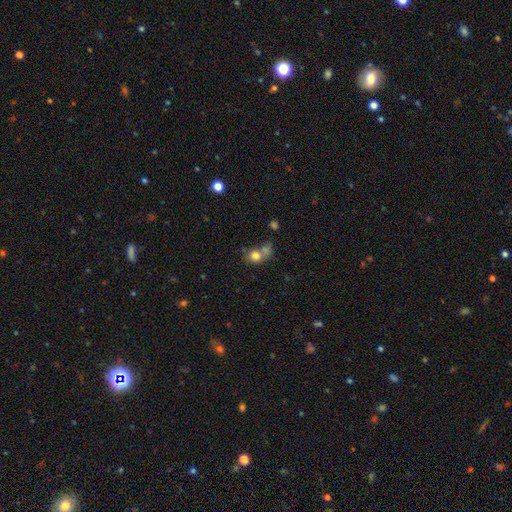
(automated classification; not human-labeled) Morphology: type=smooth (76%); roundness=round (70%); merging=merger (44%).